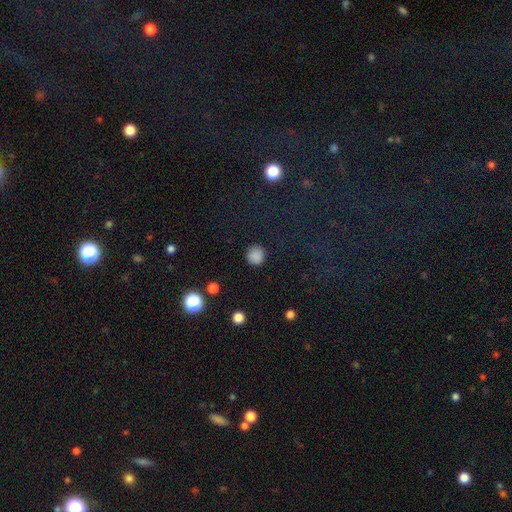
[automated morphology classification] type=smooth (86%); roundness=round (94%); merging=none (89%).